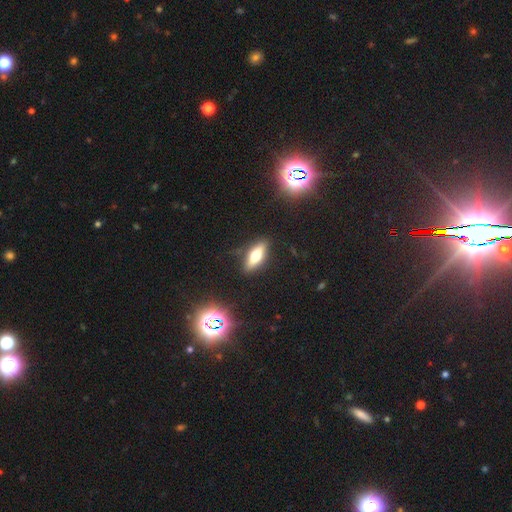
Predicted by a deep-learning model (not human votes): smooth-or-featured: smooth: 50% | featured or disk: 39% | star or artifact: 10%
  how-rounded: in between: 51% | cigar-shaped: 46% | round: 3%
  merging: none: 84% | minor disturbance: 11% | major disturbance: 3% | merger: 2%